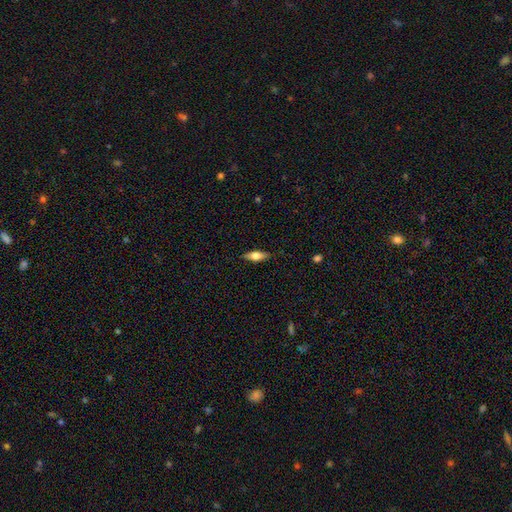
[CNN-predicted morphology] A smooth galaxy with no disk features (56%) that is in between round and cigar-shaped (57%). Merging: none (87%).